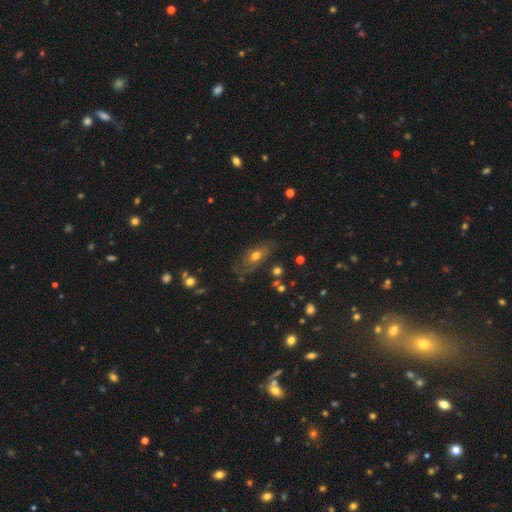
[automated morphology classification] smooth 47%, featured or disk 41%, star or artifact 12%. Down the decision tree: merging — none (65%).